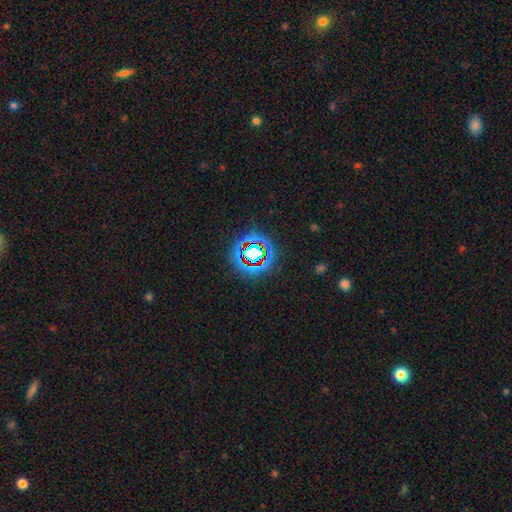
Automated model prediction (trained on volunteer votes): A star or artifact, not a galaxy (67%).